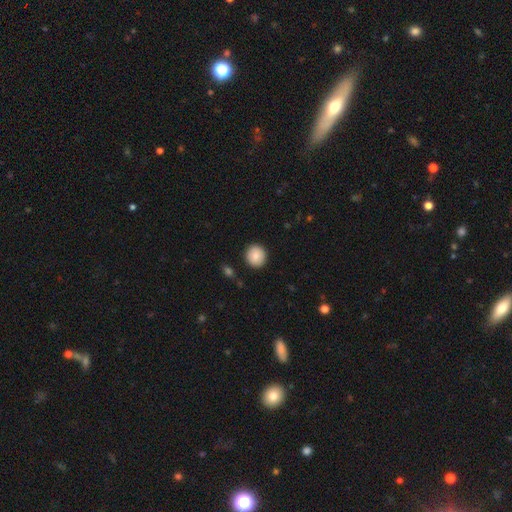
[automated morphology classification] smooth_or_featured: smooth (p=0.85) [alt: featured or disk p=0.08]
how_rounded: round (p=0.90) [alt: in between p=0.09]
merging: none (p=0.90) [alt: minor disturbance p=0.07]